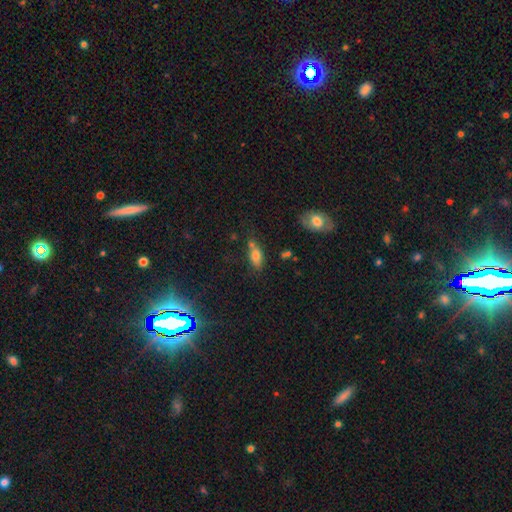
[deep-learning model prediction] Morphology: type=smooth (76%); roundness=in between (84%); merging=none (55%).